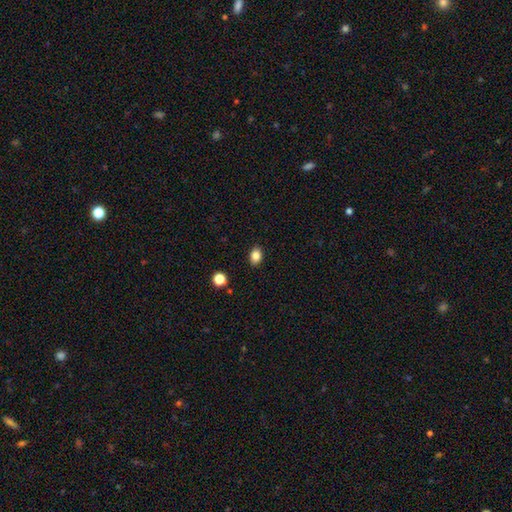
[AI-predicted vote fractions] This is clearly a smooth galaxy (84%). How rounded: likely in between (75%). Merging: clearly none (88%).